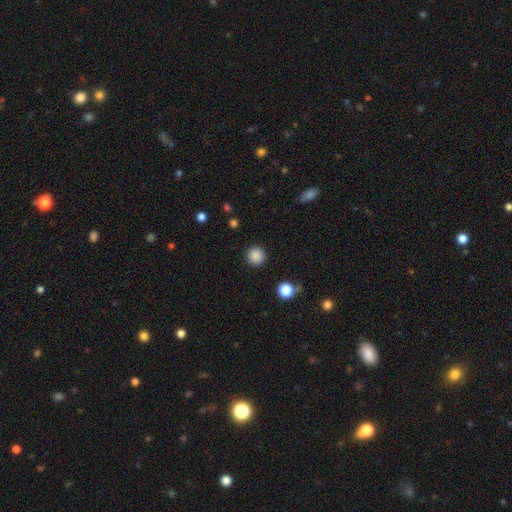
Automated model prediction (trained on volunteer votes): A smooth galaxy with no disk features (87%) that is round (95%). Merging: none (91%).